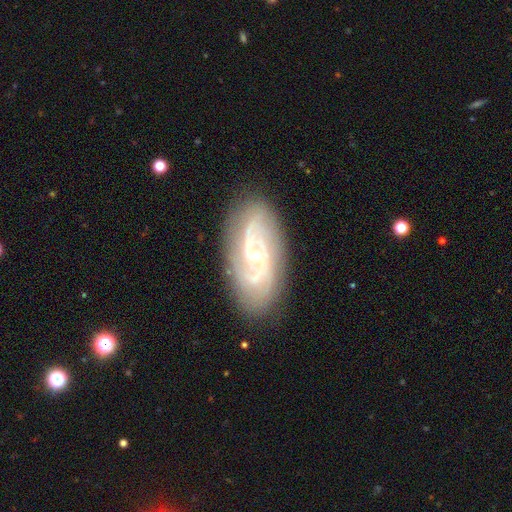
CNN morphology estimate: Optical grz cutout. It shows a featured or disk galaxy (85%) with no bar (59%), 2 (48%) tight (45%) spiral arms (96%) and a small central bulge (72%). Merging: none (82%).